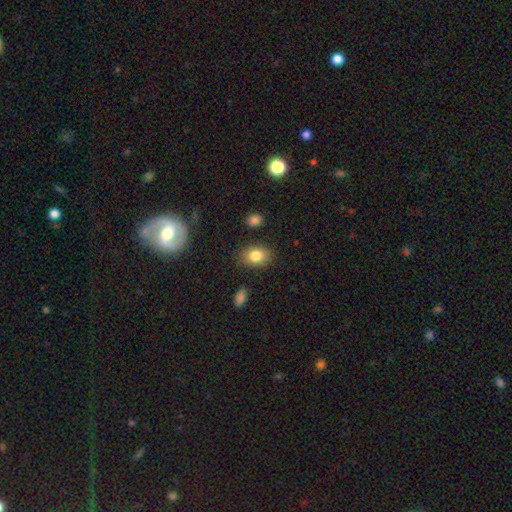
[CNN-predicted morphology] Smooth or featured: smooth — 82% (featured or disk — 9%)
How rounded: in between — 77% (round — 22%)
Merging: none — 84% (minor disturbance — 11%)